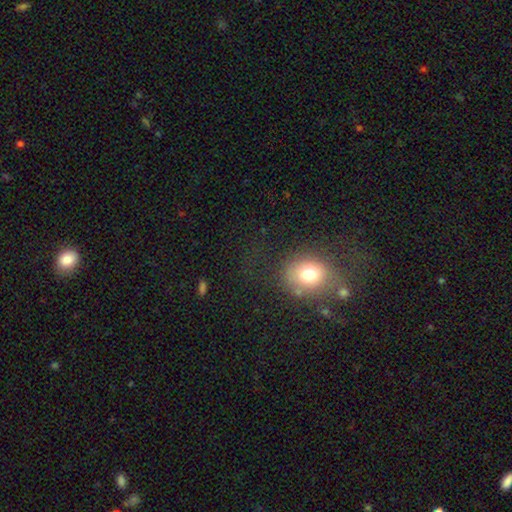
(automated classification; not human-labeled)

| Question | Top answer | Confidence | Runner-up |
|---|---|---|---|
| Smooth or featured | smooth | 67% | star or artifact (18%) |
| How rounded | round | 67% | in between (32%) |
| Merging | none | 64% | minor disturbance (18%) |